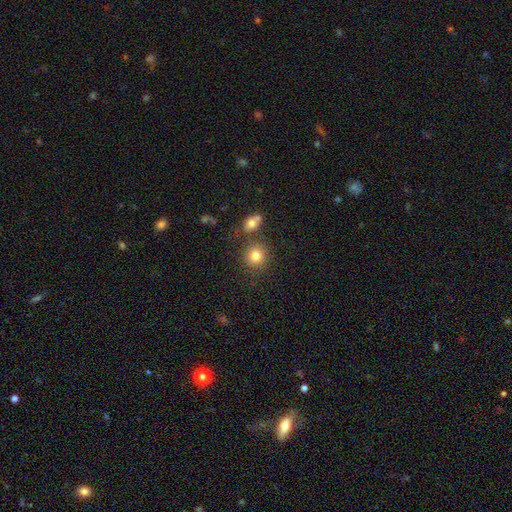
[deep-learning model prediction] Morphology: type=smooth (80%); roundness=round (88%); merging=none (78%).